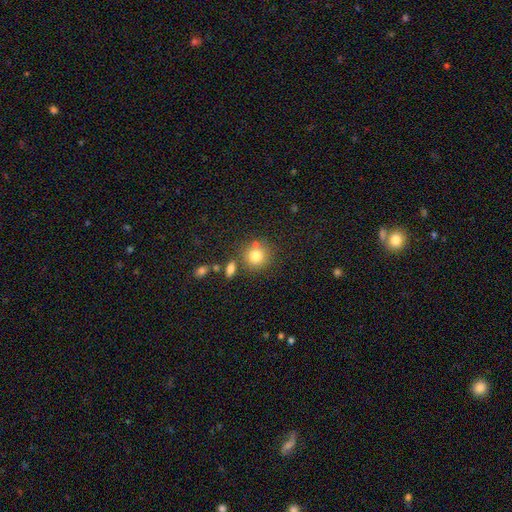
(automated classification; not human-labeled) The model was most divided on "merging": none: 70%, merger: 15%, minor disturbance: 11%, major disturbance: 4%. More confident: how rounded — round (88%); smooth or featured — smooth (79%).